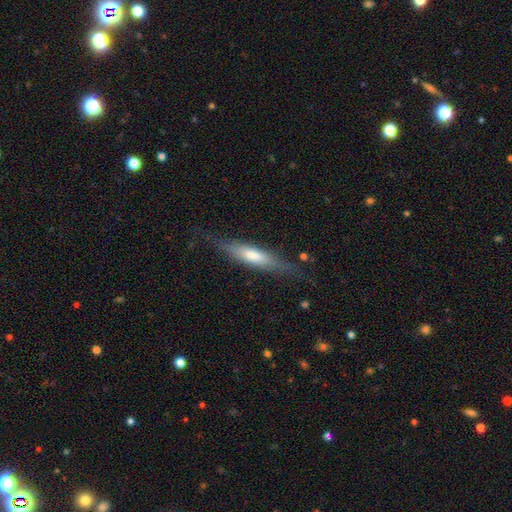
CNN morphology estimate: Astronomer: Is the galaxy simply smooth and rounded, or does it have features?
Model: smooth — 59% (runner-up: featured or disk, 35%).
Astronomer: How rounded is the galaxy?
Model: cigar-shaped — 70%.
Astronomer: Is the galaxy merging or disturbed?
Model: none — 71%.